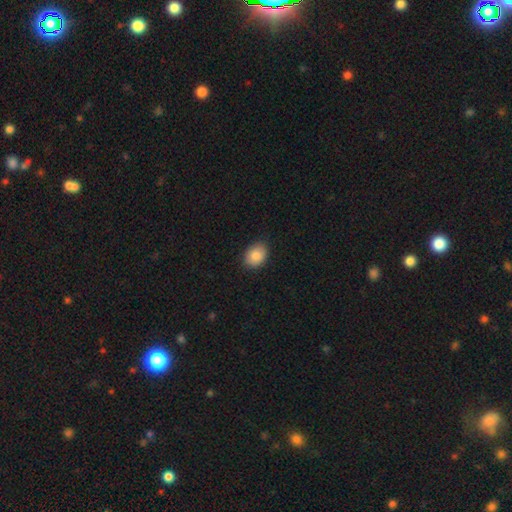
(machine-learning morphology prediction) Smooth or featured?
  - smooth: 87% *
  - star or artifact: 7%
  - featured or disk: 6%
How rounded?
  - in between: 70% *
  - round: 29%
  - cigar-shaped: 1%
Merging?
  - none: 86% *
  - minor disturbance: 11%
  - major disturbance: 2%
  - merger: 1%